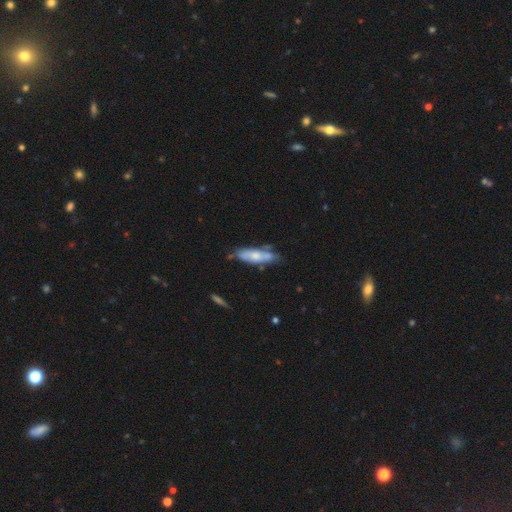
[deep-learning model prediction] A smooth galaxy with no disk features (54%) that is cigar-shaped (54%).

Vote fractions:
- Smooth or featured? smooth: 54% / featured or disk: 40% / star or artifact: 6%
- How rounded? cigar-shaped: 54% / in between: 45% / round: 2%
- Merging? none: 58% / minor disturbance: 25% / merger: 11% / major disturbance: 6%